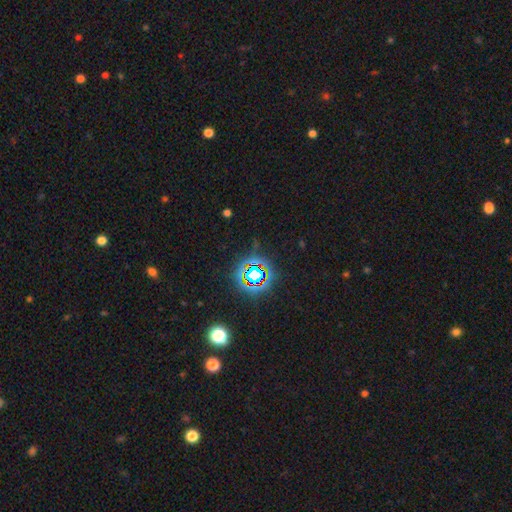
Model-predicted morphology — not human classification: Smooth or featured: star or artifact — 77% (smooth — 13%)